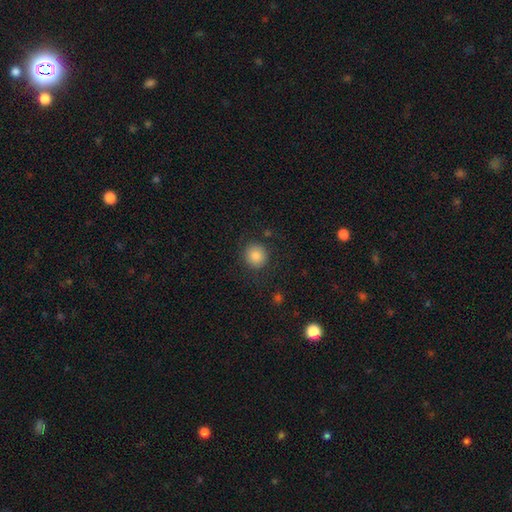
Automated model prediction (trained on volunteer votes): smooth 85%, star or artifact 9%, featured or disk 6%. Down the decision tree: how rounded — round (91%); merging — none (85%).